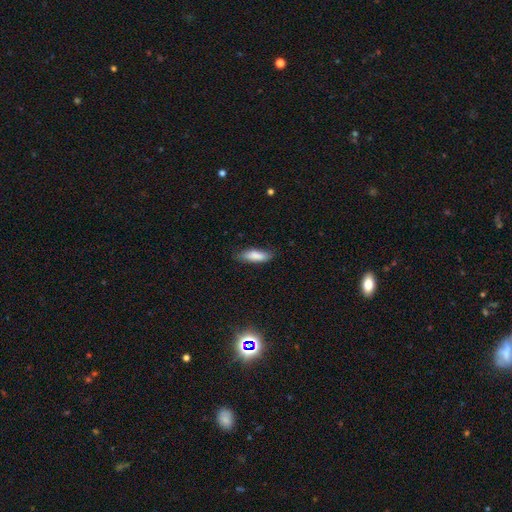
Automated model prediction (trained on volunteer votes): smooth-or-featured: smooth: 85% | featured or disk: 9% | star or artifact: 7%
  how-rounded: in between: 58% | cigar-shaped: 41% | round: 2%
  merging: none: 75% | minor disturbance: 20% | major disturbance: 4% | merger: 1%